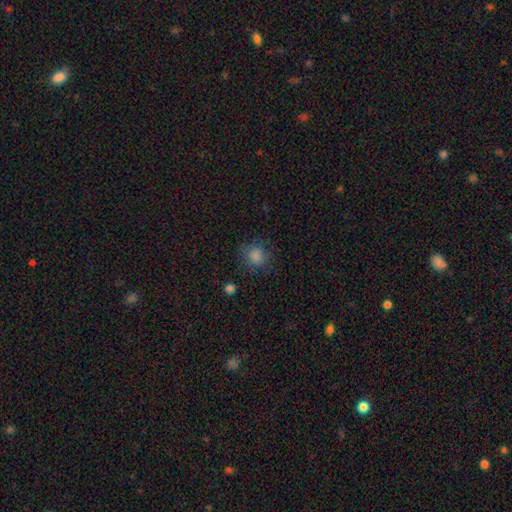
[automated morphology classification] smooth-or-featured: smooth: 85% | star or artifact: 11% | featured or disk: 4%
  how-rounded: round: 87% | in between: 12% | cigar-shaped: 1%
  merging: none: 82% | minor disturbance: 12% | major disturbance: 5% | merger: 2%